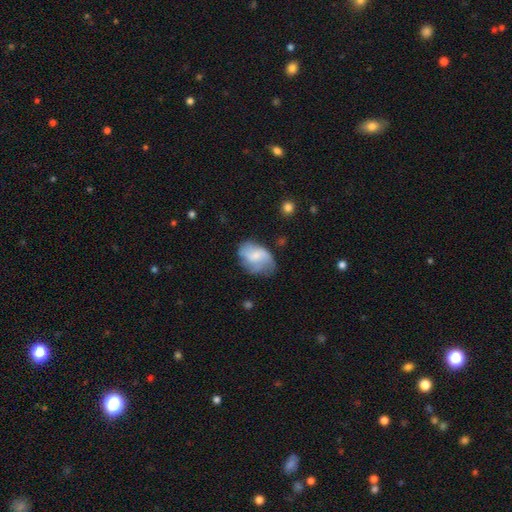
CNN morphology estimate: A smooth galaxy with no disk features (49%).

Vote fractions:
- Smooth or featured? smooth: 49% / featured or disk: 43% / star or artifact: 8%
- Merging? none: 47% / minor disturbance: 31% / major disturbance: 20% / merger: 3%